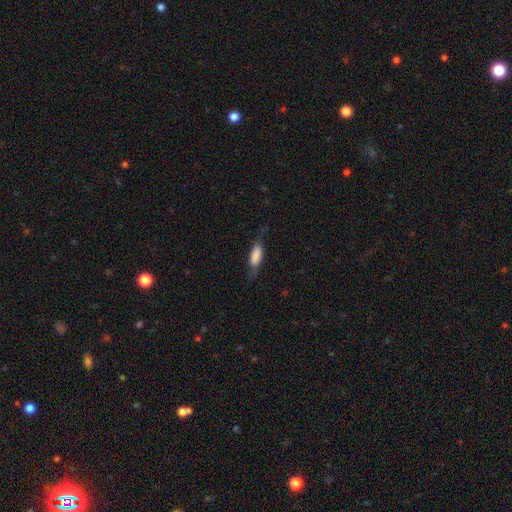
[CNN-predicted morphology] This appears to be a smooth galaxy with no disk features (71%) that is in between round and cigar-shaped (62%). Merging: none (62%).